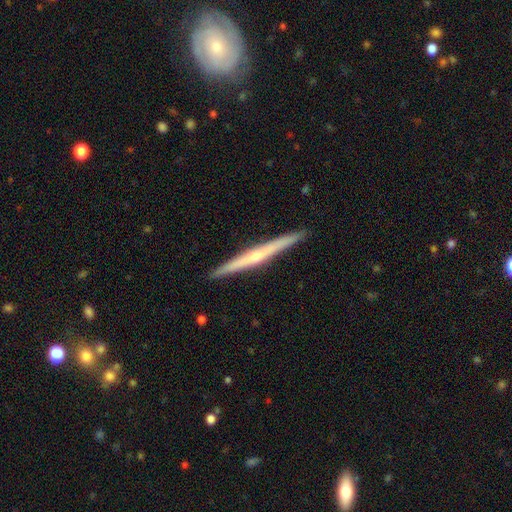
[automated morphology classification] A featured or disk galaxy (71%) viewed edge-on (98%) with a rounded central bulge (70%). Merging: none (93%).